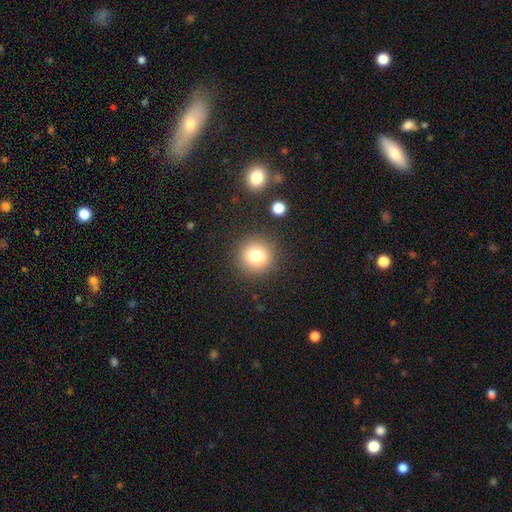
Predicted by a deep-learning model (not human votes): A smooth galaxy with no disk features (78%) that is round (94%). Merging: none (88%).